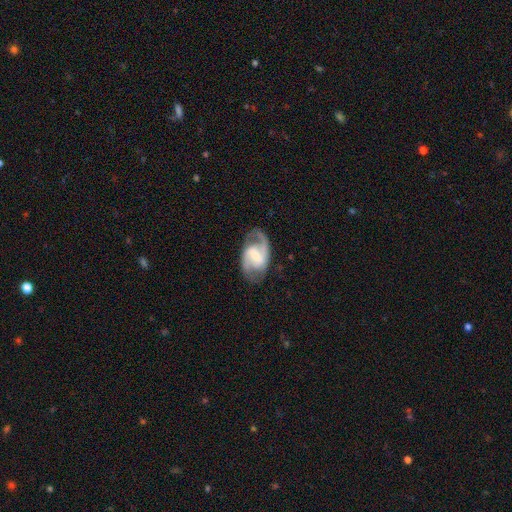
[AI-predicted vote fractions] This is clearly a featured or disk galaxy (87%). It is clearly not viewed edge-on (97%). Bar: possibly weak (49%). Spiral arm pattern: clearly yes (96%). Spiral arm count: clearly 2 (91%). Spiral winding: possibly medium (58%). Central bulge: possibly small (49%). Merging: likely none (78%).